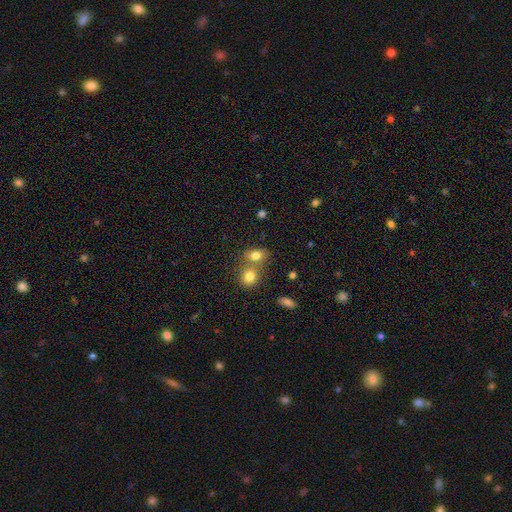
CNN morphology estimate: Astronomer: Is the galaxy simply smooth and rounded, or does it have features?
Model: smooth — 78%.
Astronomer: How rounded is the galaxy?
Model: in between — 67%.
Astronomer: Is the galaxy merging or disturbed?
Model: merger — 45% (runner-up: none, 41%).